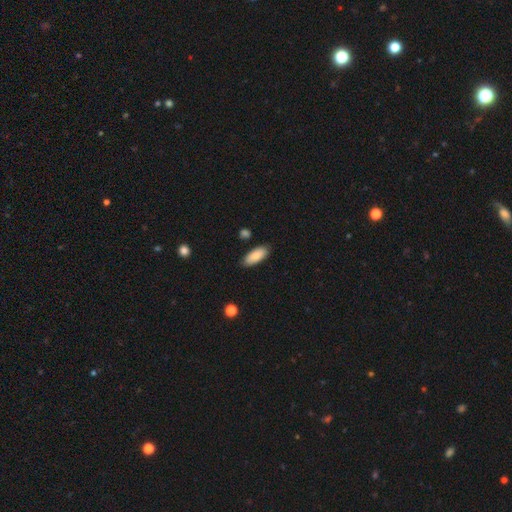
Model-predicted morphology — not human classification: Smooth or featured: smooth — 85% (featured or disk — 8%)
How rounded: in between — 81% (cigar-shaped — 17%)
Merging: none — 84% (minor disturbance — 11%)